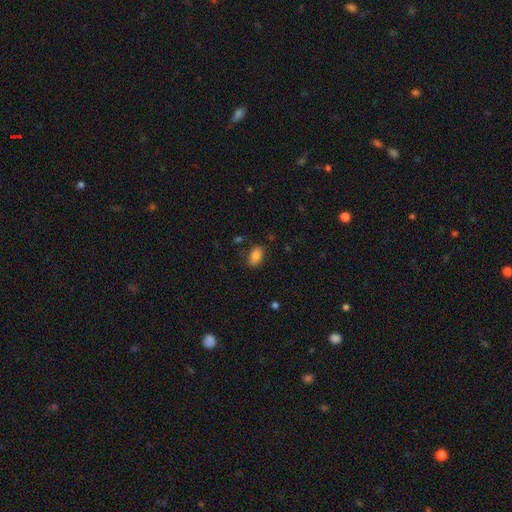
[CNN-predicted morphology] Overall: smooth (82%). How rounded: in between (90%). Merging: none (81%).